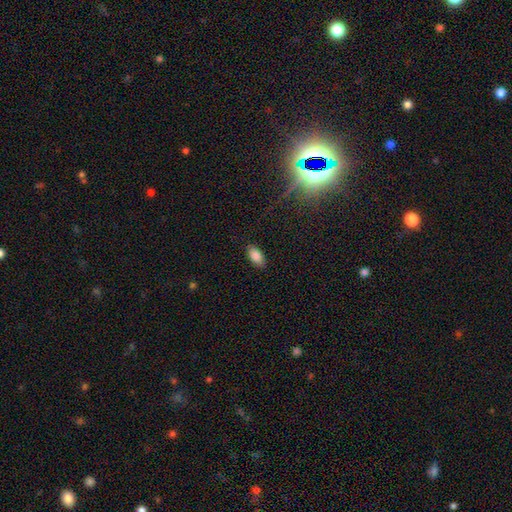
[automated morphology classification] This appears to be a smooth galaxy with no disk features (86%) that is in between round and cigar-shaped (93%). Merging: none (87%).